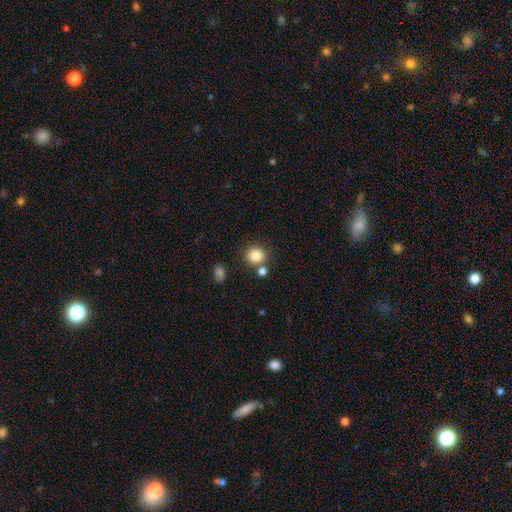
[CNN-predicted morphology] Smooth or featured?
  - smooth: 85% *
  - star or artifact: 10%
  - featured or disk: 5%
How rounded?
  - round: 82% *
  - in between: 17%
  - cigar-shaped: 1%
Merging?
  - none: 75% *
  - merger: 11%
  - minor disturbance: 10%
  - major disturbance: 3%